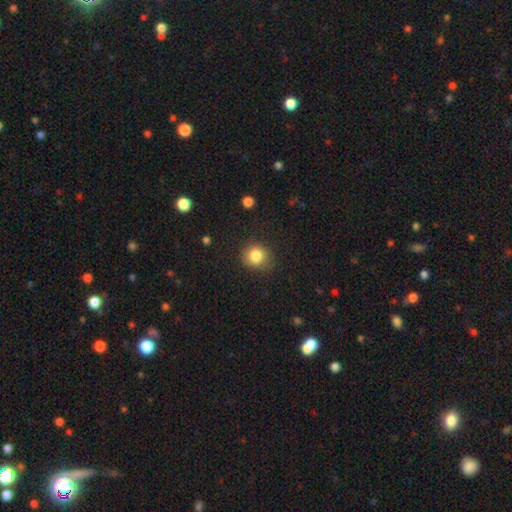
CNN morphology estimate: Smooth or featured?
  - smooth: 84% *
  - star or artifact: 10%
  - featured or disk: 6%
How rounded?
  - round: 81% *
  - in between: 18%
  - cigar-shaped: 1%
Merging?
  - none: 83% *
  - minor disturbance: 13%
  - major disturbance: 4%
  - merger: 1%